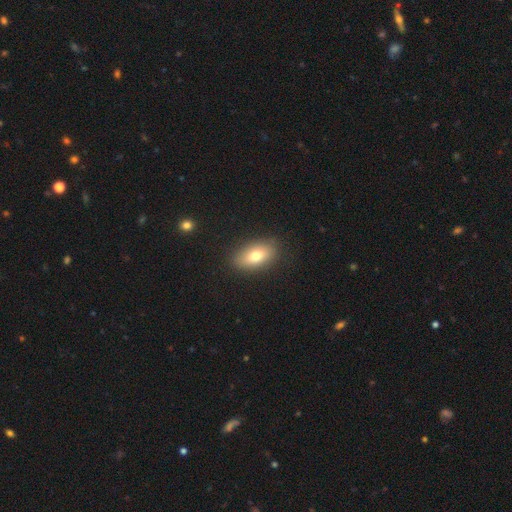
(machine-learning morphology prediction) type=smooth (75%); roundness=in between (89%); merging=none (86%).